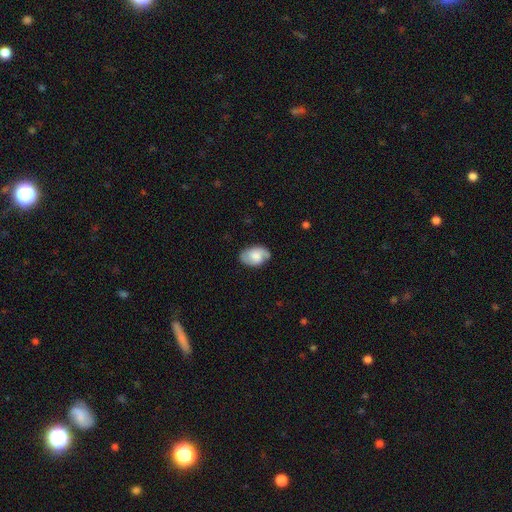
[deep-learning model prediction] Smooth or featured? Predicted: smooth (p=0.53). How rounded? Predicted: in between (p=0.86). Merging? Predicted: none (p=0.70).